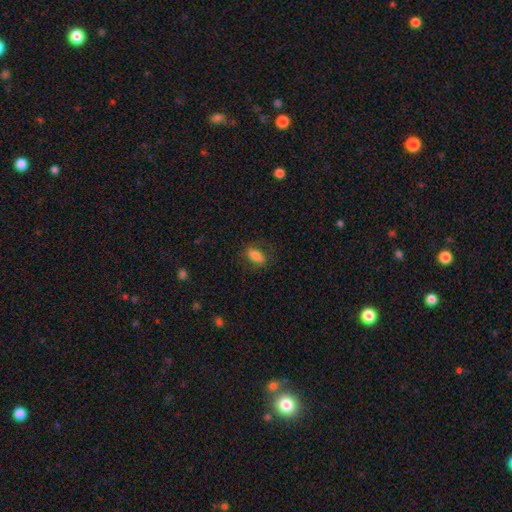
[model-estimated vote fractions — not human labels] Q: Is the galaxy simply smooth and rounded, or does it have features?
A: smooth — 78%.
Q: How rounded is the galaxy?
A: in between — 85%.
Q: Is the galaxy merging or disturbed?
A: none — 76%.